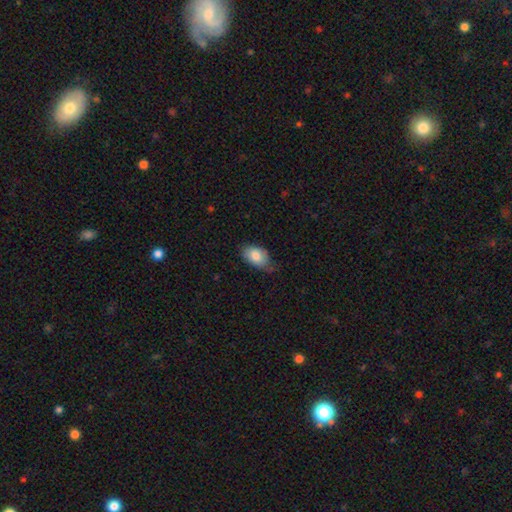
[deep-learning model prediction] The model was most divided on "merging": none: 54%, minor disturbance: 36%, major disturbance: 8%, merger: 2%. More confident: how rounded — in between (88%); smooth or featured — smooth (82%).